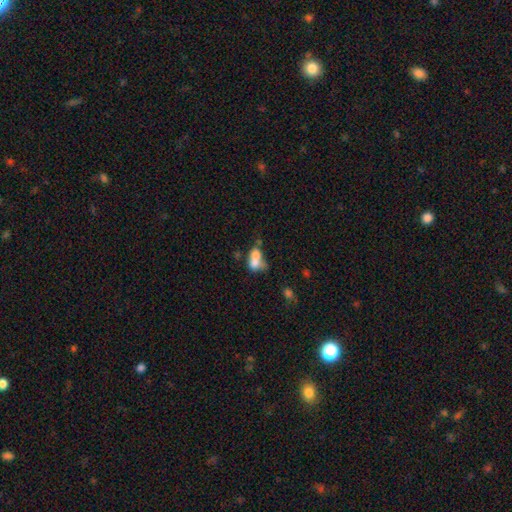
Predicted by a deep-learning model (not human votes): Morphology: type=smooth (68%); roundness=in between (71%); merging=merger (66%).